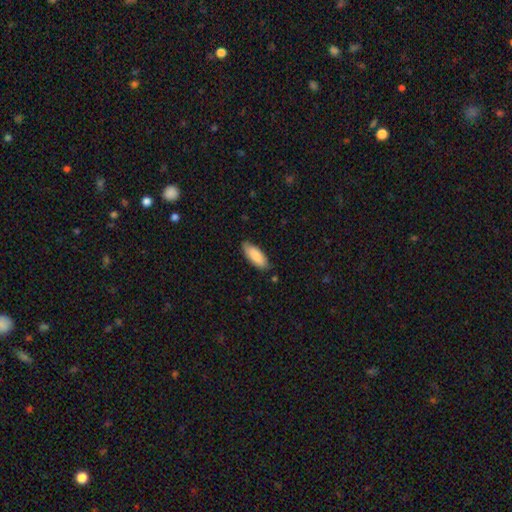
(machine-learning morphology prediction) smooth_or_featured: smooth (p=0.85) [alt: featured or disk p=0.09]
how_rounded: in between (p=0.77) [alt: cigar-shaped p=0.22]
merging: none (p=0.79) [alt: minor disturbance p=0.17]